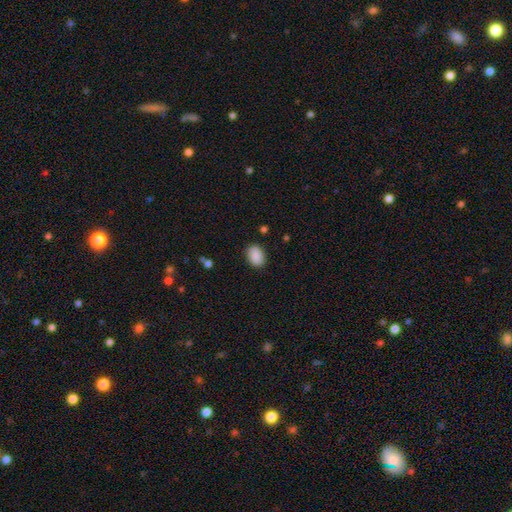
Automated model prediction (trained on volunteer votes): Q: Smooth or featured?
A: smooth (89%); runner-up: star or artifact (7%)
Q: How rounded?
A: in between (80%); runner-up: round (19%)
Q: Merging?
A: none (85%); runner-up: minor disturbance (11%)